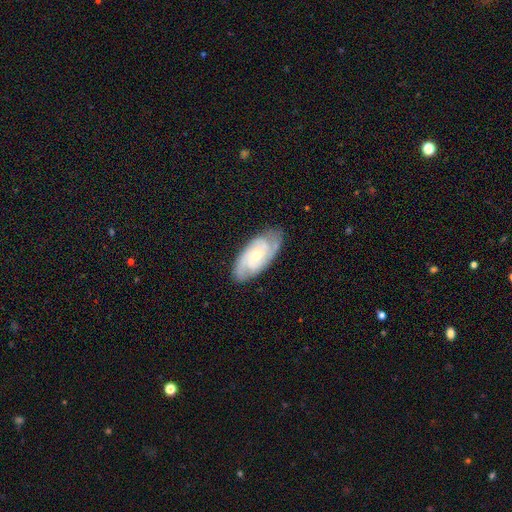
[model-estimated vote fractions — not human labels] Q: Smooth or featured?
A: featured or disk (78%); runner-up: smooth (16%)
Q: Edge-on disk?
A: no (94%); runner-up: yes (6%)
Q: Bar?
A: no (61%); runner-up: weak (33%)
Q: Spiral arms?
A: yes (95%); runner-up: no (5%)
Q: Spiral winding?
A: tight (53%); runner-up: medium (38%)
Q: Spiral arm count?
A: 2 (50%); runner-up: 3 (21%)
Q: Bulge size?
A: small (57%); runner-up: moderate (39%)
Q: Merging?
A: none (76%); runner-up: minor disturbance (18%)